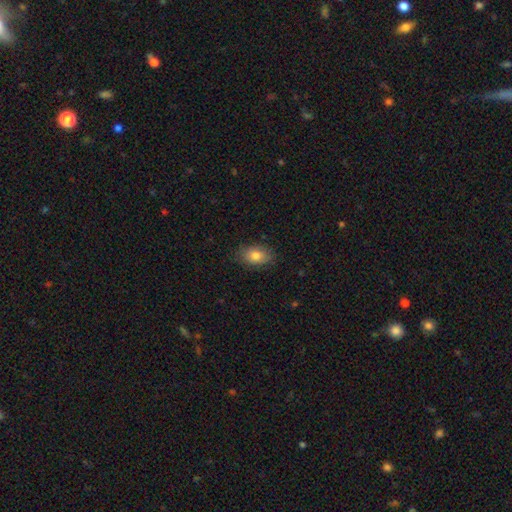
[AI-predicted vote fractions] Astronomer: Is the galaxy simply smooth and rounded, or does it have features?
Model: smooth — 81%.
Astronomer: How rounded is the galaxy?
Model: in between — 86%.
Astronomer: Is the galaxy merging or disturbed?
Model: none — 82%.